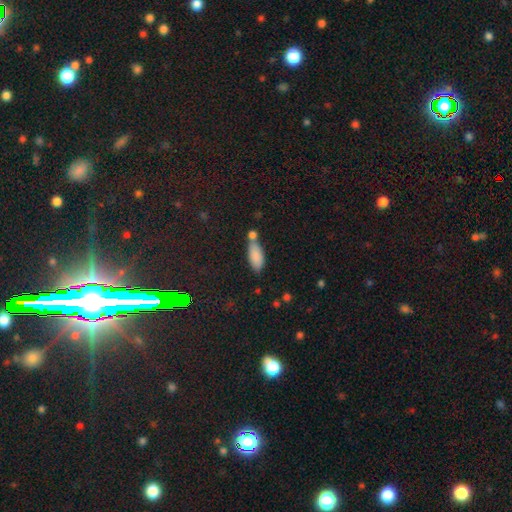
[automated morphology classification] Smooth or featured?
  - smooth: 86% *
  - star or artifact: 8%
  - featured or disk: 6%
How rounded?
  - in between: 82% *
  - cigar-shaped: 16%
  - round: 2%
Merging?
  - none: 49% *
  - merger: 29%
  - minor disturbance: 17%
  - major disturbance: 5%